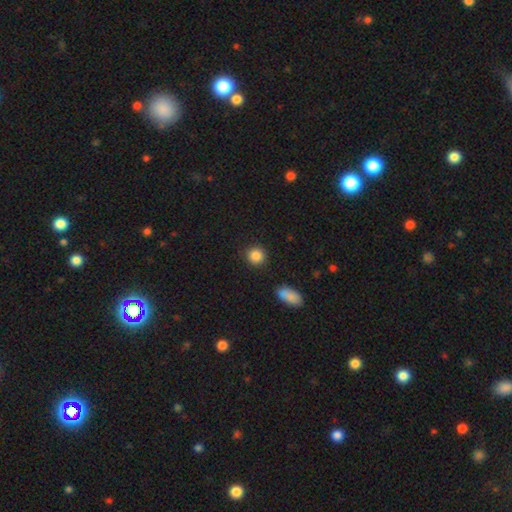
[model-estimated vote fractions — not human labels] A smooth galaxy with no disk features (86%) that is round (91%).

Vote fractions:
- Smooth or featured? smooth: 86% / star or artifact: 9% / featured or disk: 4%
- How rounded? round: 91% / in between: 8% / cigar-shaped: 1%
- Merging? none: 89% / minor disturbance: 7% / major disturbance: 2% / merger: 2%